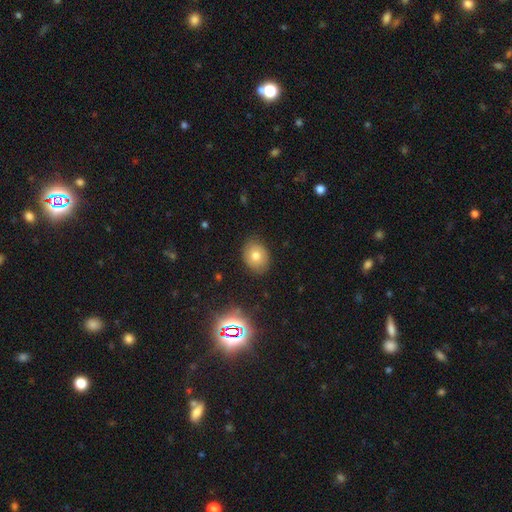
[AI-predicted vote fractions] Smooth or featured?
  - smooth: 72% *
  - featured or disk: 16%
  - star or artifact: 12%
How rounded?
  - in between: 50% *
  - round: 49%
  - cigar-shaped: 1%
Merging?
  - none: 84% *
  - minor disturbance: 12%
  - major disturbance: 3%
  - merger: 1%